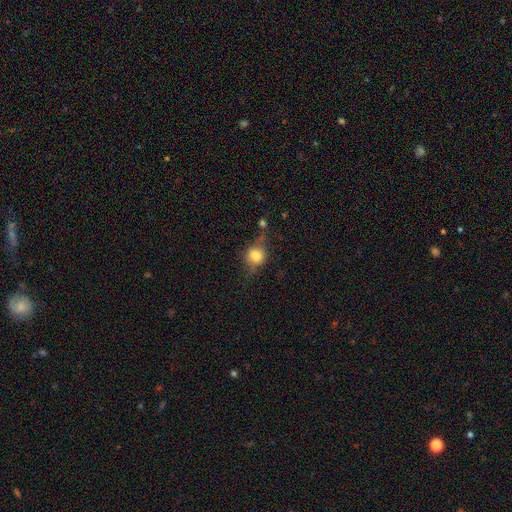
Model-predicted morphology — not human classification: A smooth galaxy with no disk features (68%) that is round (70%). Merging: none (59%).